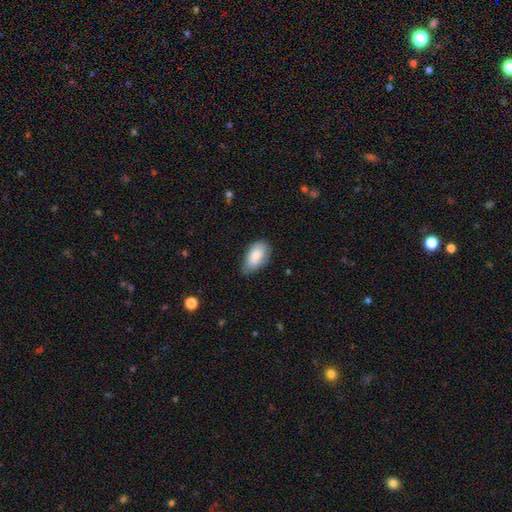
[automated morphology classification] This appears to be a smooth galaxy with no disk features (82%) that is in between round and cigar-shaped (94%). Merging: none (60%).